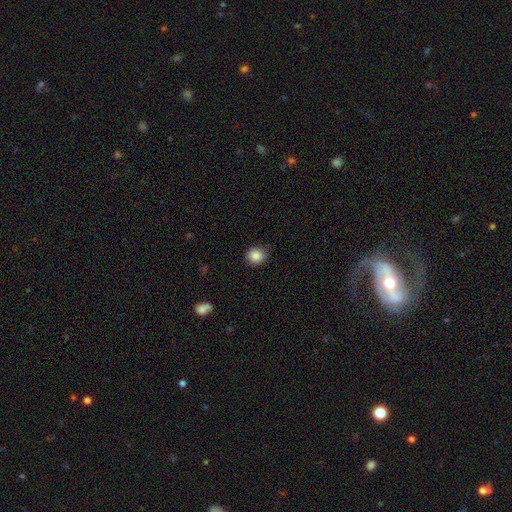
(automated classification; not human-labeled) A smooth galaxy with no disk features (87%) that is round (79%).

Vote fractions:
- Smooth or featured? smooth: 87% / star or artifact: 9% / featured or disk: 4%
- How rounded? round: 79% / in between: 20% / cigar-shaped: 1%
- Merging? none: 87% / minor disturbance: 10% / major disturbance: 2% / merger: 1%